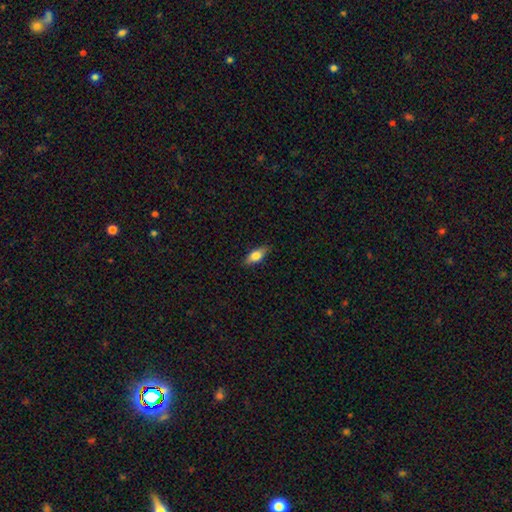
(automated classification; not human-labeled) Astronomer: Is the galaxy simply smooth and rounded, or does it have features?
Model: smooth — 74%.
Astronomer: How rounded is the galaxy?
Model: in between — 77%.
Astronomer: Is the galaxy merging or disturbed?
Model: none — 85%.